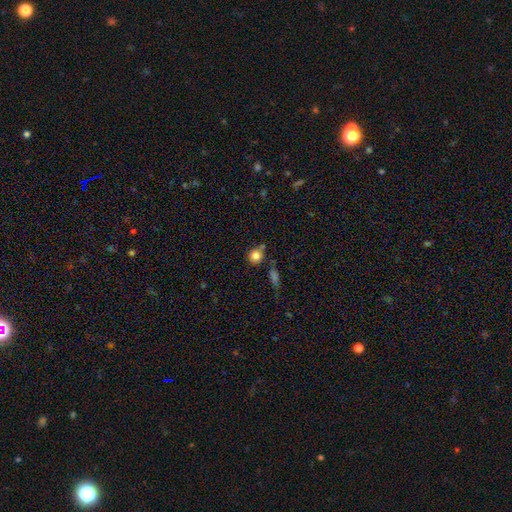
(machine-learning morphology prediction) Overall: smooth (82%). How rounded: round (87%). Merging: none (71%).